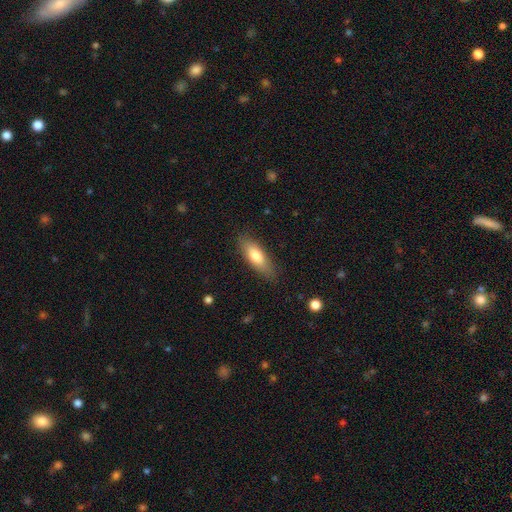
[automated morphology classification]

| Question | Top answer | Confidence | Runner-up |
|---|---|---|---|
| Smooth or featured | smooth | 75% | featured or disk (19%) |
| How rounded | in between | 60% | cigar-shaped (38%) |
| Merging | none | 83% | minor disturbance (13%) |